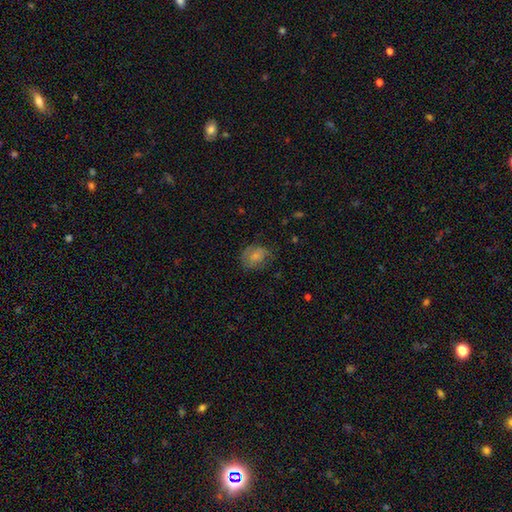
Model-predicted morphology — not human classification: This appears to be a smooth galaxy with no disk features (72%) that is round (50%). Merging: none (57%).